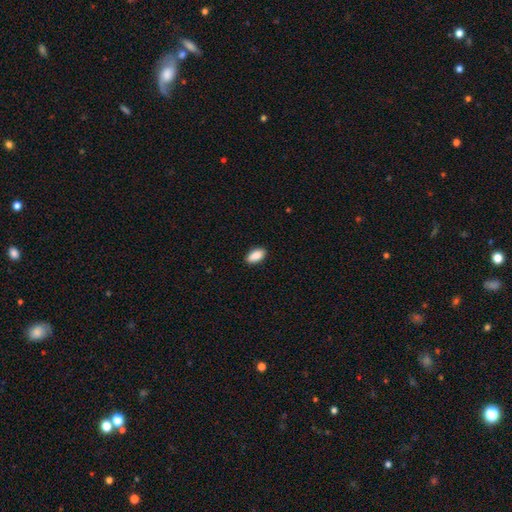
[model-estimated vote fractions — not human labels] Smooth or featured?
  - smooth: 90% *
  - star or artifact: 7%
  - featured or disk: 4%
How rounded?
  - in between: 93% *
  - cigar-shaped: 4%
  - round: 3%
Merging?
  - none: 87% *
  - minor disturbance: 10%
  - major disturbance: 2%
  - merger: 1%